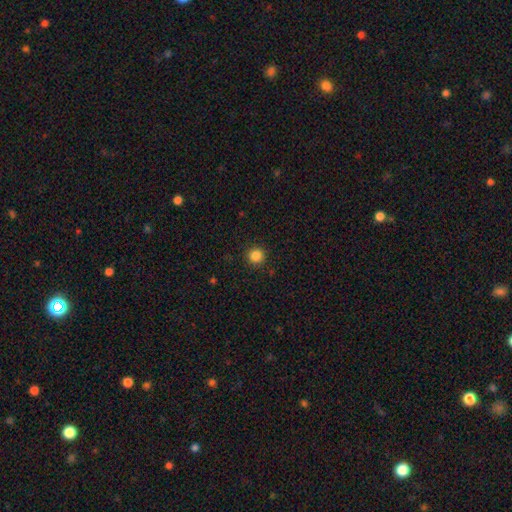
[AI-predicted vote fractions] Smooth or featured?
  - smooth: 85% *
  - star or artifact: 12%
  - featured or disk: 3%
How rounded?
  - round: 95% *
  - in between: 4%
  - cigar-shaped: 1%
Merging?
  - none: 92% *
  - minor disturbance: 5%
  - major disturbance: 2%
  - merger: 1%